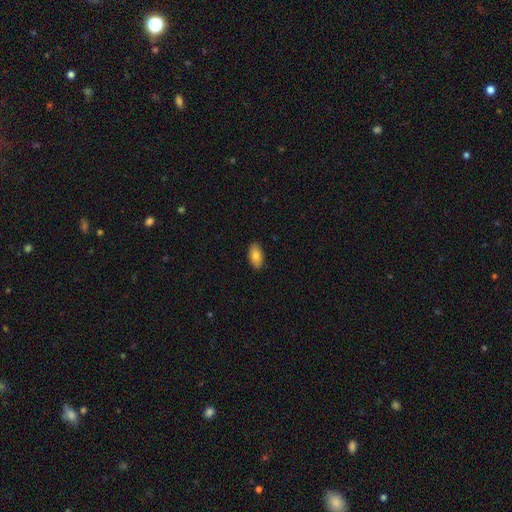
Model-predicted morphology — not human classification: A smooth galaxy with no disk features (80%) that is in between round and cigar-shaped (93%). Merging: none (89%).